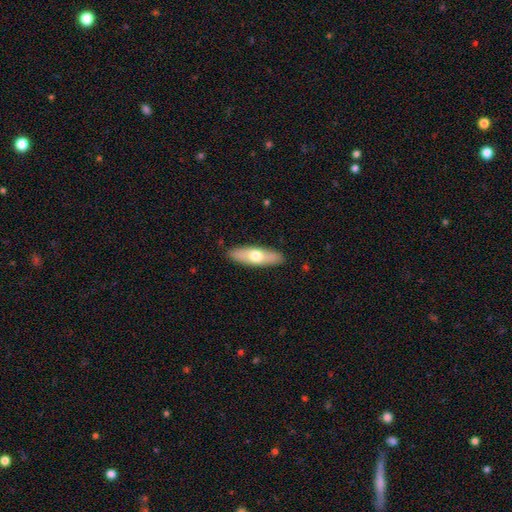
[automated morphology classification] This is likely a smooth galaxy (60%). How rounded: possibly cigar-shaped (50%). Merging: clearly none (89%).